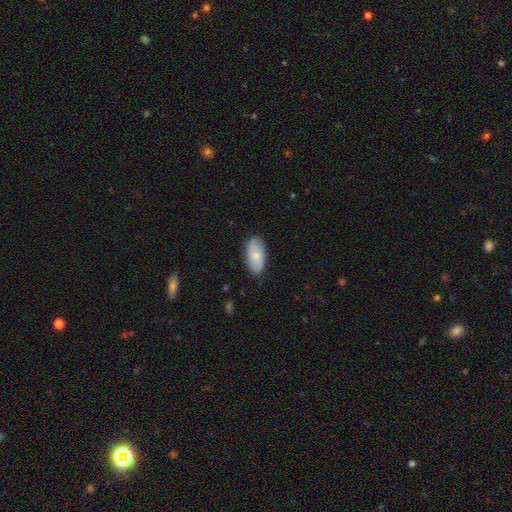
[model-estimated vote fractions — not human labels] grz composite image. It shows a smooth galaxy with no disk features (72%) that is in between round and cigar-shaped (93%). Merging: none (84%).